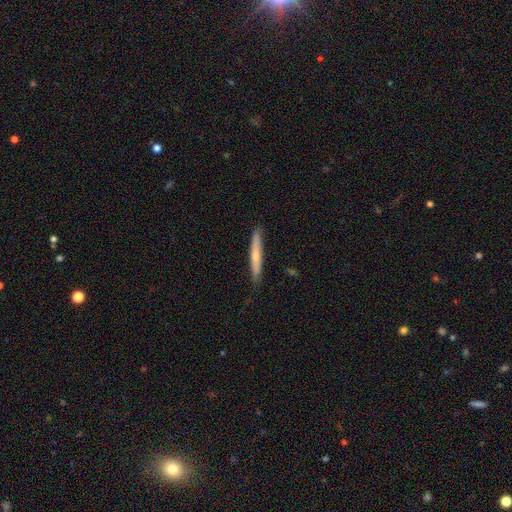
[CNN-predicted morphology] type=smooth (58%); roundness=cigar-shaped (95%); merging=none (87%).